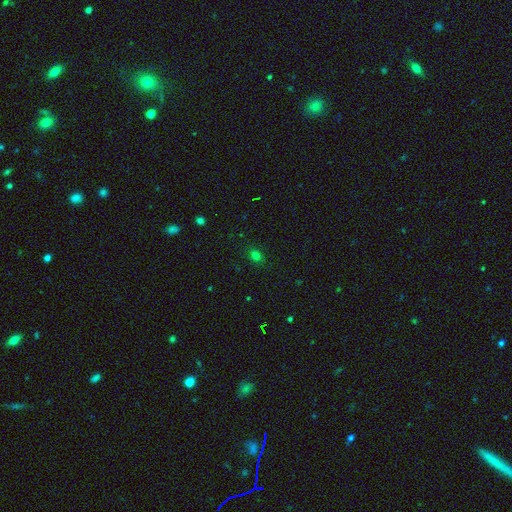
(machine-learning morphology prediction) smooth_or_featured: smooth (p=0.73) [alt: star or artifact p=0.22]
how_rounded: in between (p=0.50) [alt: round p=0.48]
merging: none (p=0.85) [alt: minor disturbance p=0.10]